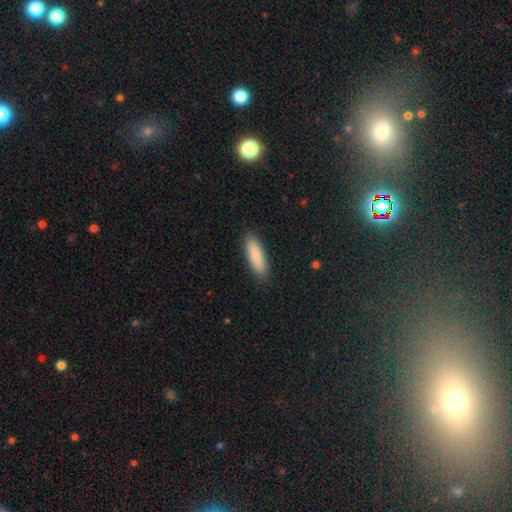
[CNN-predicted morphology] This appears to be a smooth galaxy with no disk features (87%) that is cigar-shaped (62%). Merging: none (89%).